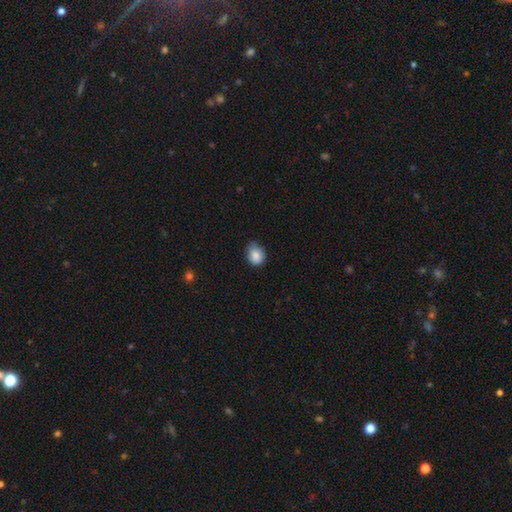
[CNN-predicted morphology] Smooth or featured?
  - smooth: 84% *
  - star or artifact: 8%
  - featured or disk: 8%
How rounded?
  - round: 51% *
  - in between: 48%
  - cigar-shaped: 1%
Merging?
  - none: 60% *
  - minor disturbance: 33%
  - major disturbance: 5%
  - merger: 1%